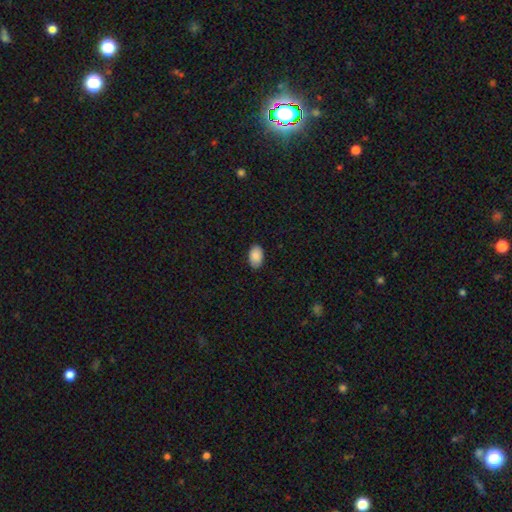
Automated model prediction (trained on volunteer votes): smooth_or_featured: smooth (p=0.89) [alt: star or artifact p=0.07]
how_rounded: in between (p=0.92) [alt: round p=0.07]
merging: none (p=0.85) [alt: minor disturbance p=0.12]